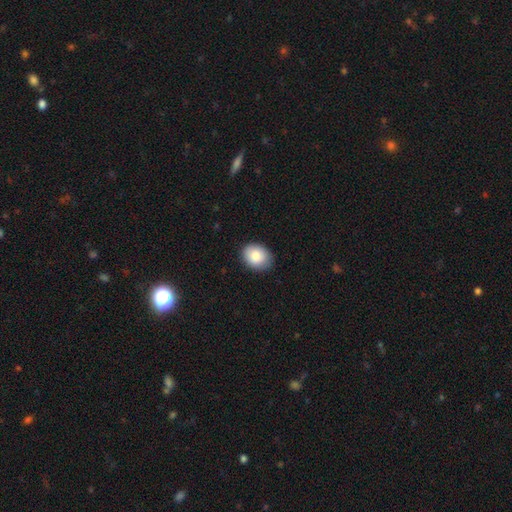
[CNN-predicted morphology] Smooth or featured? Predicted: smooth (p=0.86). How rounded? Predicted: in between (p=0.57). Merging? Predicted: none (p=0.86).